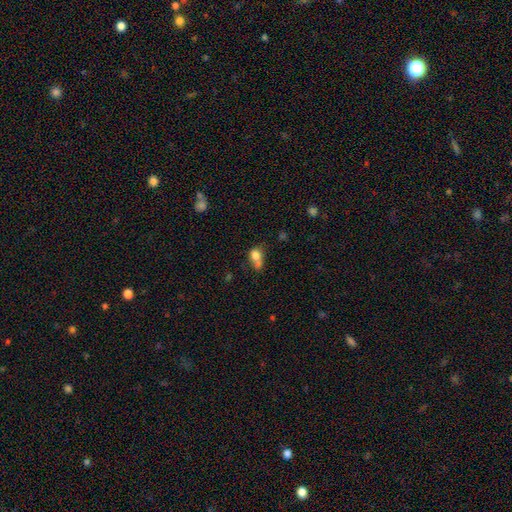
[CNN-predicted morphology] smooth 76%, featured or disk 13%, star or artifact 11%. Down the decision tree: how rounded — in between (50%); merging — merger (42%).